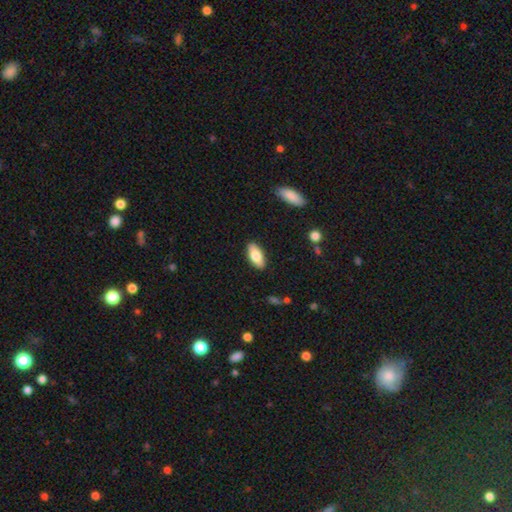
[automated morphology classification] Smooth or featured?
  - smooth: 78% *
  - featured or disk: 16%
  - star or artifact: 6%
How rounded?
  - in between: 87% *
  - cigar-shaped: 11%
  - round: 2%
Merging?
  - none: 88% *
  - minor disturbance: 9%
  - major disturbance: 2%
  - merger: 1%